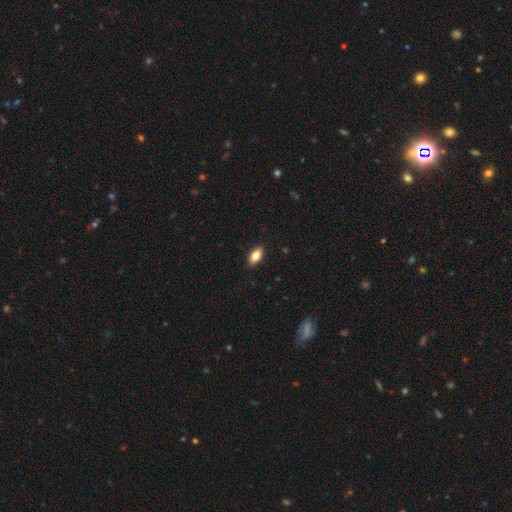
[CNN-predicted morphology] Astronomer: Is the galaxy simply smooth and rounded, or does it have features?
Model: smooth — 82%.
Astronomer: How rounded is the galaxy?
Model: in between — 91%.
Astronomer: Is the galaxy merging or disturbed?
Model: none — 89%.